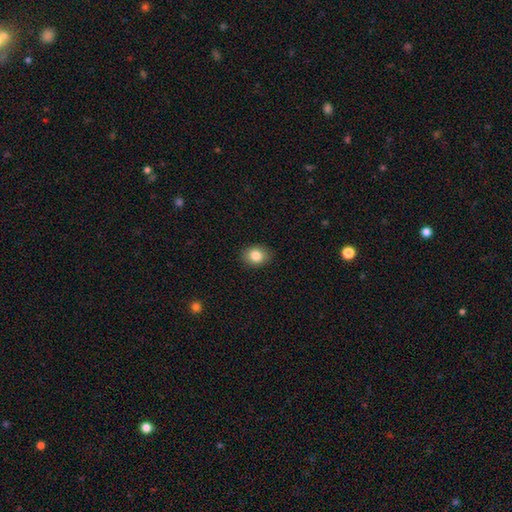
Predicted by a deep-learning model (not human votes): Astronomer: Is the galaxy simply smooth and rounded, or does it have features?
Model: smooth — 84%.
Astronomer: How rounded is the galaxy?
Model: in between — 53% (runner-up: round, 47%).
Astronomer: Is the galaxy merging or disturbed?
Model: none — 89%.